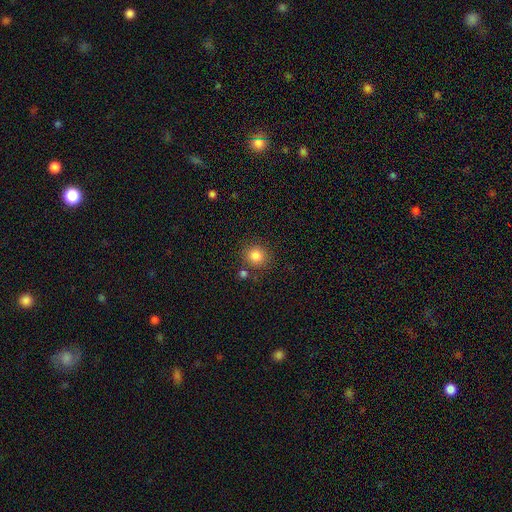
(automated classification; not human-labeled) Morphology: type=smooth (84%); roundness=round (89%); merging=none (81%).